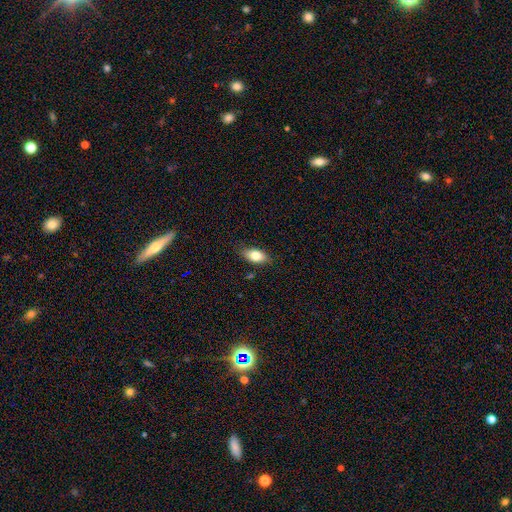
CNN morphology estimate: smooth 79%, featured or disk 13%, star or artifact 8%. Down the decision tree: how rounded — in between (89%); merging — none (82%).